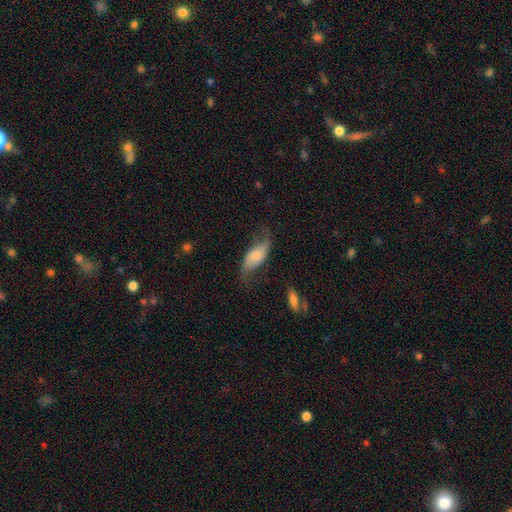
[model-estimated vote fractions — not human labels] smooth-or-featured: featured or disk: 52% | smooth: 40% | star or artifact: 7%
  disk-edge-on: no: 89% | yes: 11%
  merging: none: 54% | minor disturbance: 26% | major disturbance: 17% | merger: 3%